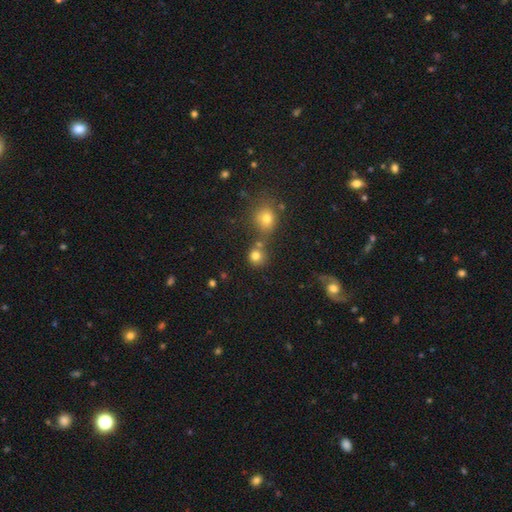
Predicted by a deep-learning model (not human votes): Smooth or featured?
  - smooth: 78% *
  - star or artifact: 15%
  - featured or disk: 7%
How rounded?
  - round: 89% *
  - in between: 10%
  - cigar-shaped: 1%
Merging?
  - none: 67% *
  - merger: 21%
  - minor disturbance: 9%
  - major disturbance: 4%